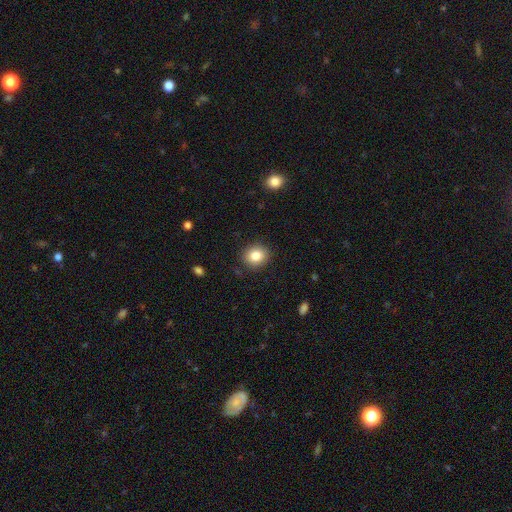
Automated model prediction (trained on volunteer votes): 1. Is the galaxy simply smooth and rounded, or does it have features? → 83% smooth, 10% star or artifact, 7% featured or disk.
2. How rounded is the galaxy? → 75% round, 24% in between, 1% cigar-shaped.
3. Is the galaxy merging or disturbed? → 89% none, 8% minor disturbance, 2% major disturbance, 1% merger.